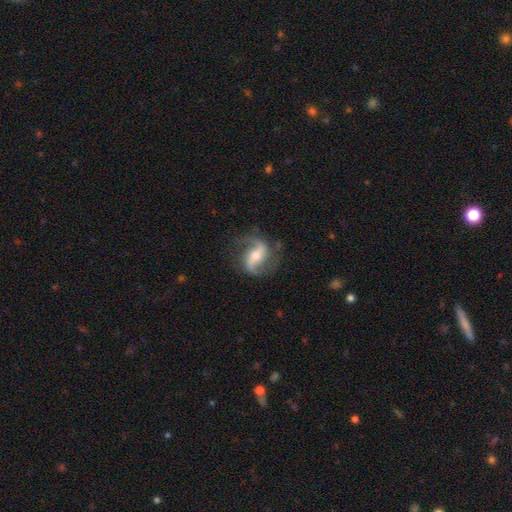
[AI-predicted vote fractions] A featured or disk galaxy (86%) with a strong bar (40%), 2 (92%) loose (59%) spiral arms (96%) and a moderate central bulge (60%). Merging: none (77%).